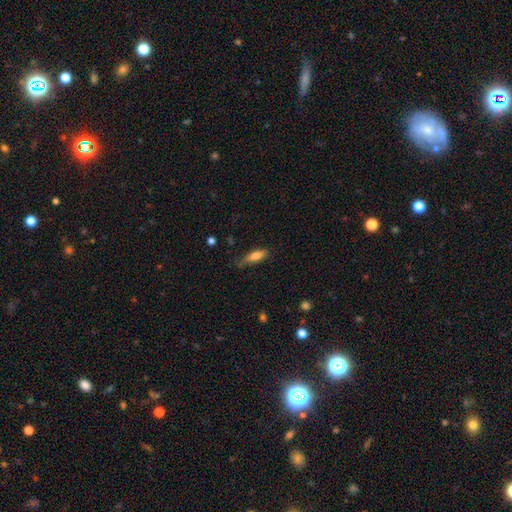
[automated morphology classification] A smooth galaxy with no disk features (74%) that is in between round and cigar-shaped (51%). Merging: none (65%).